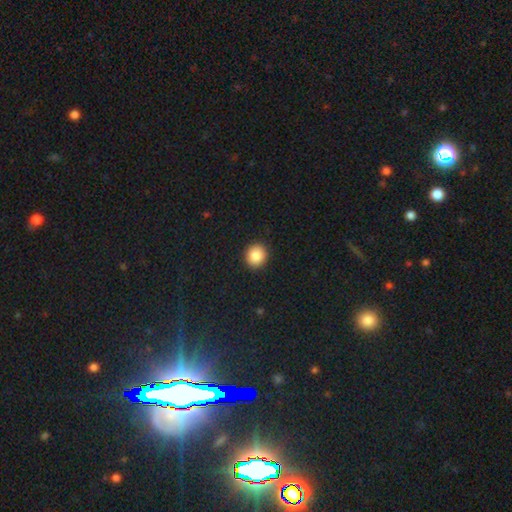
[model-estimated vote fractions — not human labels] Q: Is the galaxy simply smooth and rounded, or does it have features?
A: smooth — 86%.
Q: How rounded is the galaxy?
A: round — 86%.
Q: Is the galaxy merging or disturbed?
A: none — 92%.